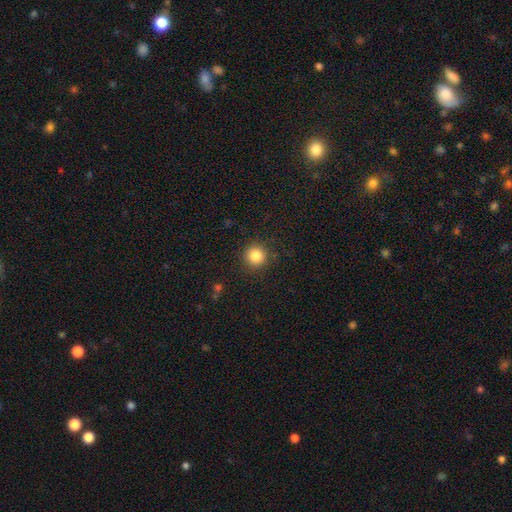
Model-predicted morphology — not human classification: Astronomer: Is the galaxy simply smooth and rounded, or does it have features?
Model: smooth — 85%.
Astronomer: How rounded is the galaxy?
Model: round — 94%.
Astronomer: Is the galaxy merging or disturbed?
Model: none — 89%.